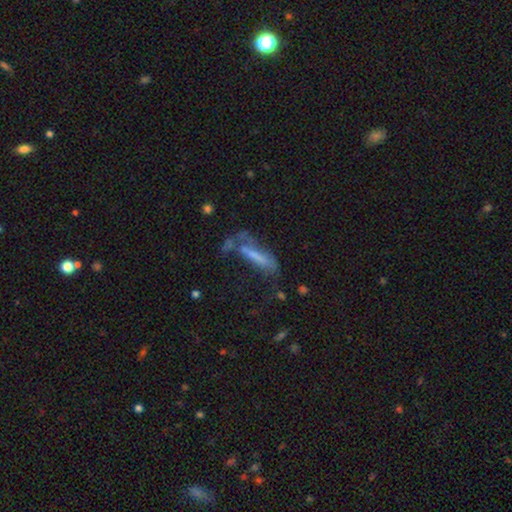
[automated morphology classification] Q: Smooth or featured?
A: smooth (51%); runner-up: featured or disk (36%)
Q: How rounded?
A: cigar-shaped (74%); runner-up: in between (24%)
Q: Merging?
A: major disturbance (32%); runner-up: none (31%)